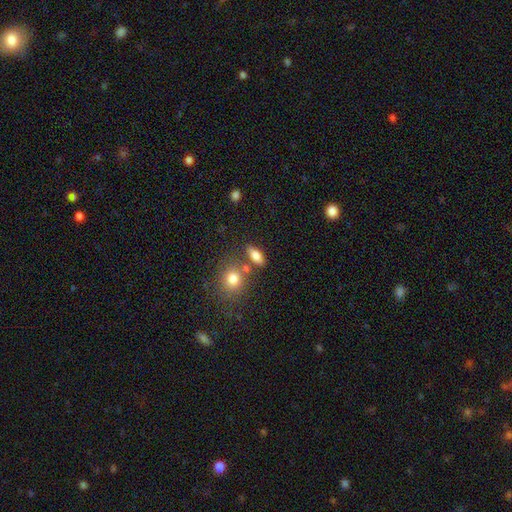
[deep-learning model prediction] Smooth or featured?
  - smooth: 76% *
  - featured or disk: 15%
  - star or artifact: 10%
How rounded?
  - in between: 70% *
  - cigar-shaped: 17%
  - round: 13%
Merging?
  - none: 69% *
  - merger: 14%
  - minor disturbance: 12%
  - major disturbance: 5%